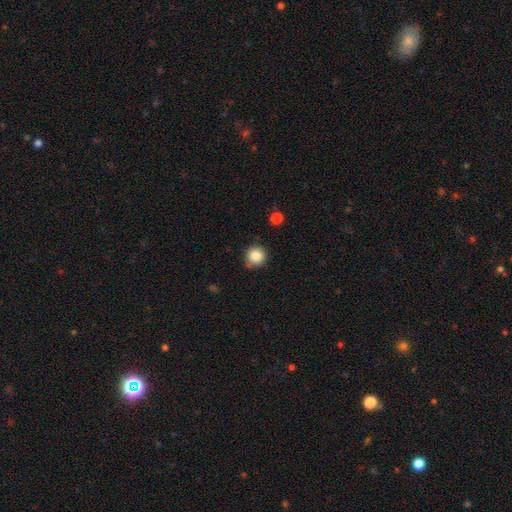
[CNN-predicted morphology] Smooth or featured? smooth (84%)
How rounded? round (92%)
Merging? none (80%)